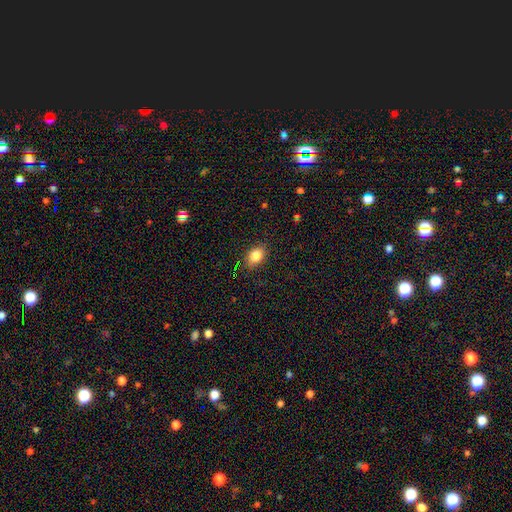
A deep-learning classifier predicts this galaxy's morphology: Q: Smooth or featured?
A: smooth (83%); runner-up: star or artifact (10%)
Q: How rounded?
A: in between (72%); runner-up: round (27%)
Q: Merging?
A: none (84%); runner-up: minor disturbance (12%)